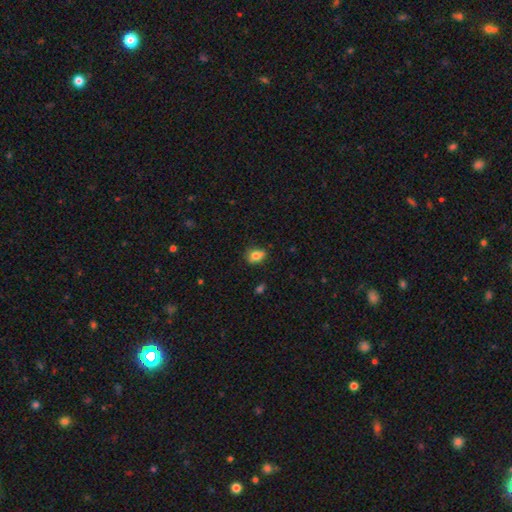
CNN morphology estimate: A smooth galaxy with no disk features (80%) that is in between round and cigar-shaped (71%).

Vote fractions:
- Smooth or featured? smooth: 80% / featured or disk: 10% / star or artifact: 10%
- How rounded? in between: 71% / round: 27% / cigar-shaped: 2%
- Merging? none: 69% / minor disturbance: 24% / major disturbance: 4% / merger: 3%